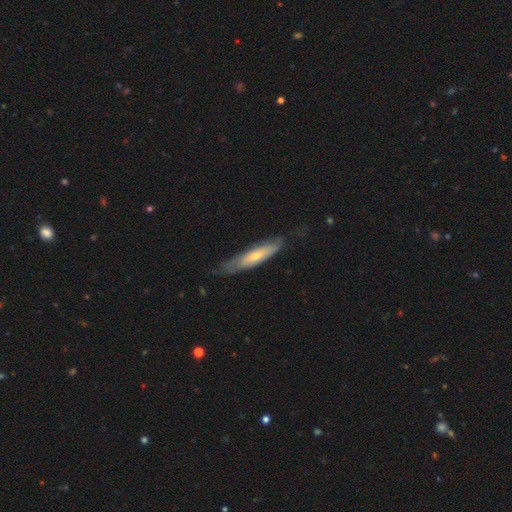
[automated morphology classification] Smooth or featured?
  - featured or disk: 50% *
  - smooth: 44%
  - star or artifact: 6%
Merging?
  - none: 65% *
  - minor disturbance: 26%
  - major disturbance: 8%
  - merger: 2%